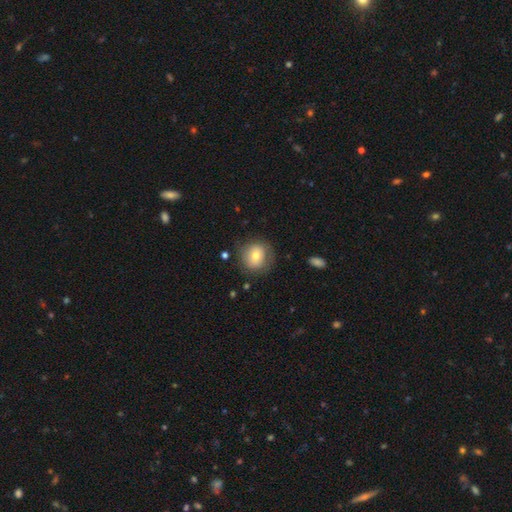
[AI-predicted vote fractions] A smooth galaxy with no disk features (68%) that is round (85%). Merging: none (76%).